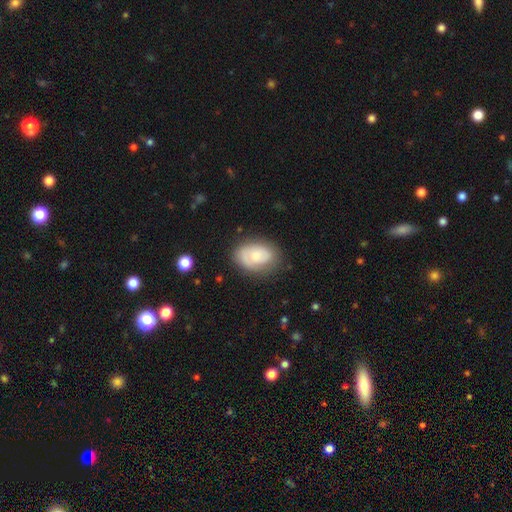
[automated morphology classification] type=smooth (59%); roundness=in between (78%); merging=none (73%).